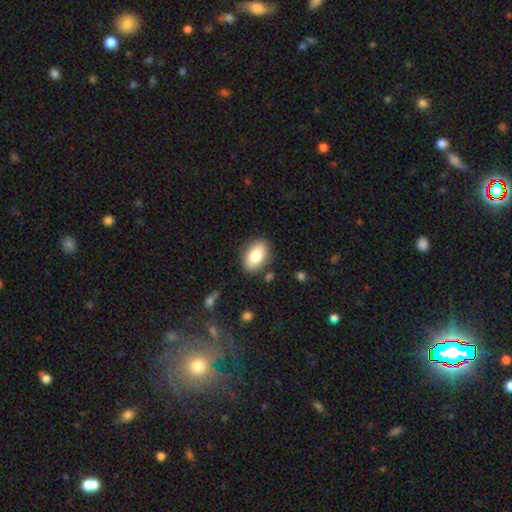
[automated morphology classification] smooth-or-featured: smooth: 79% | featured or disk: 14% | star or artifact: 7%
  how-rounded: in between: 89% | round: 9% | cigar-shaped: 2%
  merging: none: 86% | minor disturbance: 10% | major disturbance: 3% | merger: 2%